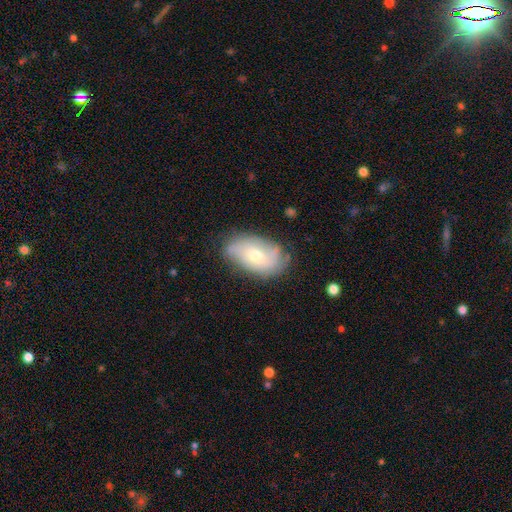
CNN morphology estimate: The model was most divided on "smooth or featured": featured or disk: 49%, smooth: 43%, star or artifact: 7%. More confident: merging — none (68%).